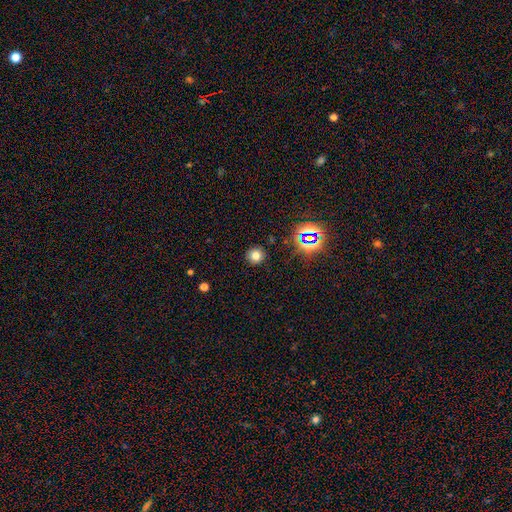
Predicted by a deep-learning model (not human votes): This appears to be a smooth galaxy with no disk features (73%) that is round (92%). Merging: none (90%).